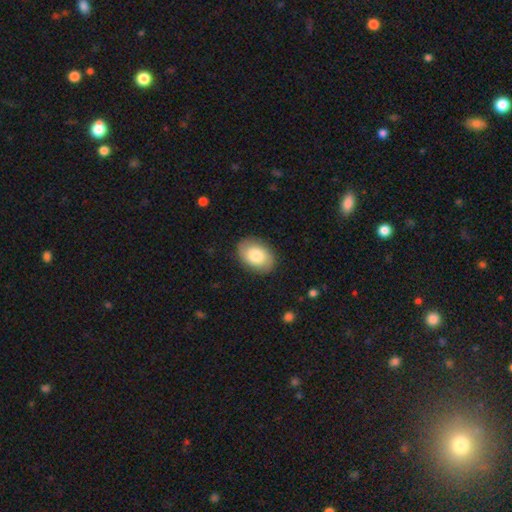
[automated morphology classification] The model was most divided on "smooth or featured": smooth: 73%, featured or disk: 21%, star or artifact: 6%. More confident: merging — none (86%); how rounded — in between (83%).